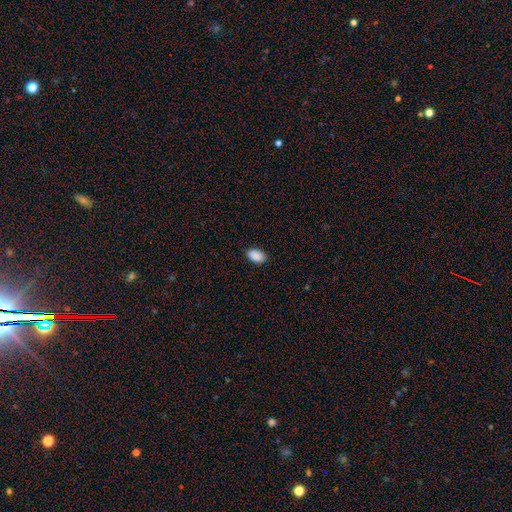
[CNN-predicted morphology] Smooth or featured? smooth (90%)
How rounded? in between (92%)
Merging? none (88%)